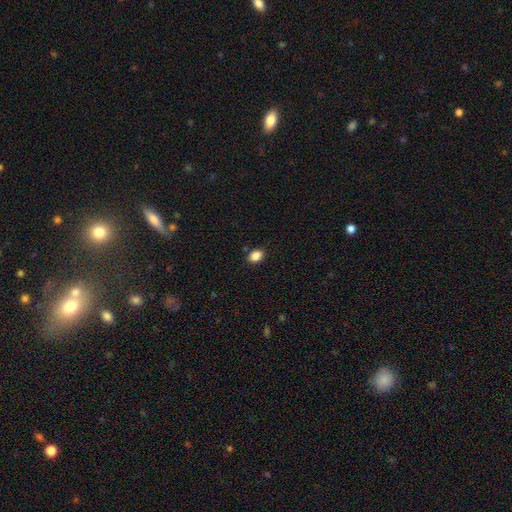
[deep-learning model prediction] Smooth or featured? smooth (87%)
How rounded? in between (69%)
Merging? none (84%)